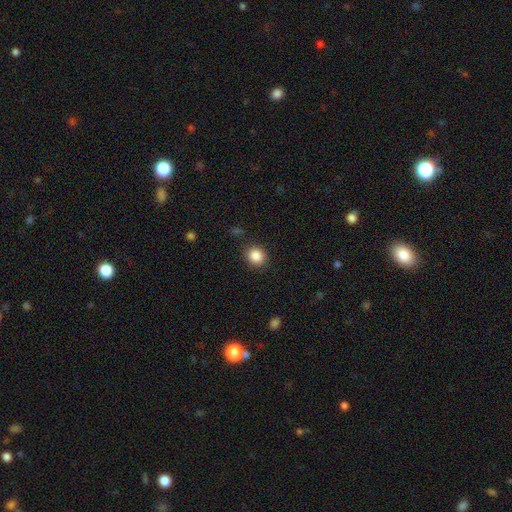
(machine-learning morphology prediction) The model was most divided on "how rounded": round: 81%, in between: 18%, cigar-shaped: 1%. More confident: merging — none (87%); smooth or featured — smooth (86%).